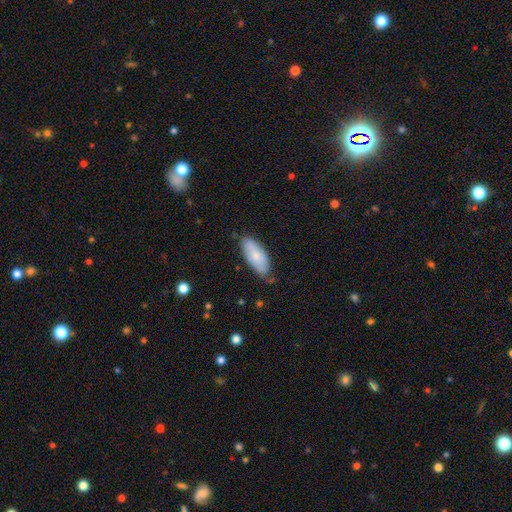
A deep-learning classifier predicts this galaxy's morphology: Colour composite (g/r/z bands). It shows a smooth galaxy with no disk features (76%) that is in between round and cigar-shaped (86%). Merging: none (71%).